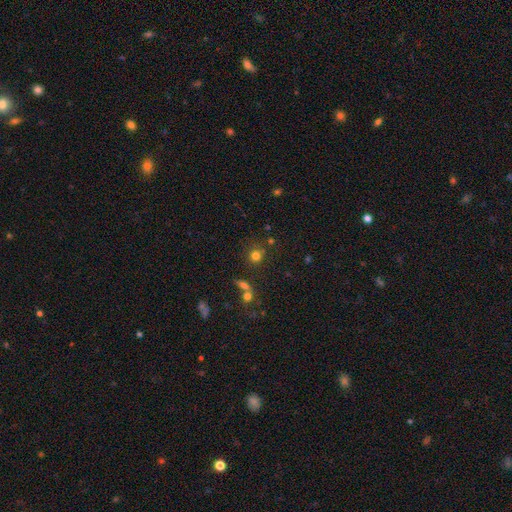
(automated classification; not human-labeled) This appears to be a smooth galaxy with no disk features (75%) that is round (88%). Merging: none (73%).